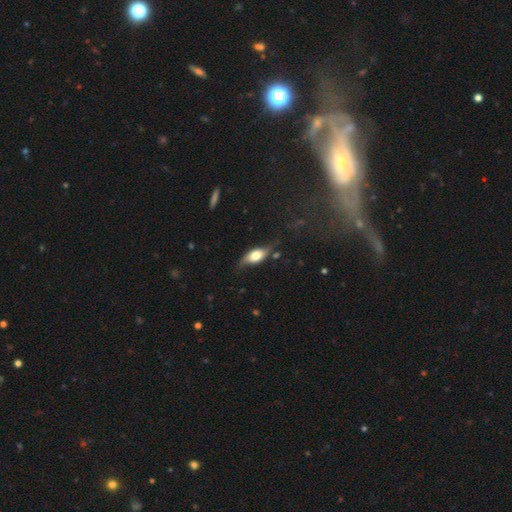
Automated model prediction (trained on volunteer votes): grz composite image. It shows a smooth galaxy with no disk features (49%). Merging: none (57%).